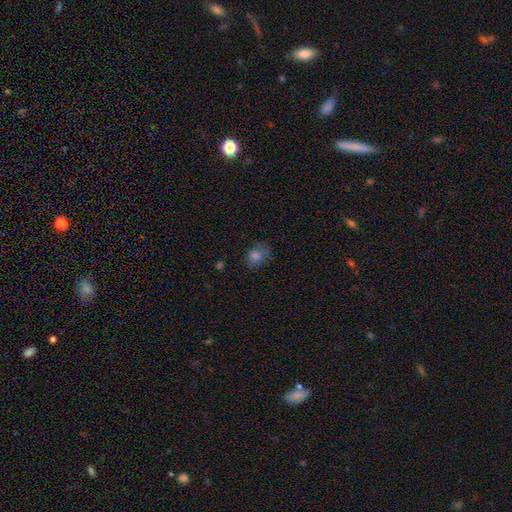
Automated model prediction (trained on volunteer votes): This is likely a smooth galaxy (78%). How rounded: likely in between (63%). Merging: likely none (67%).